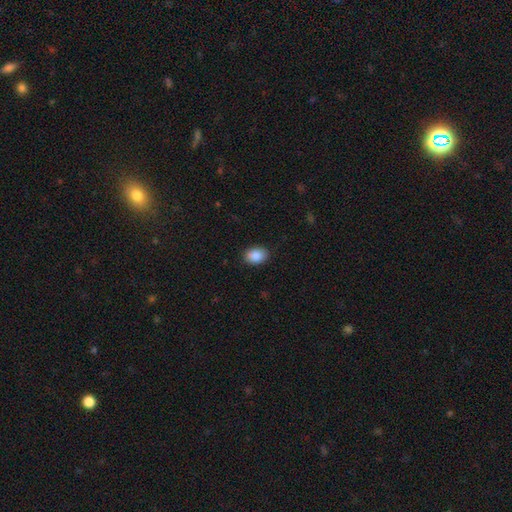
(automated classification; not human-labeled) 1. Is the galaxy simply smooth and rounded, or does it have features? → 89% smooth, 7% star or artifact, 4% featured or disk.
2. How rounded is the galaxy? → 76% in between, 23% round, 1% cigar-shaped.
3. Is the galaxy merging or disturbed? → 87% none, 10% minor disturbance, 2% major disturbance, 1% merger.